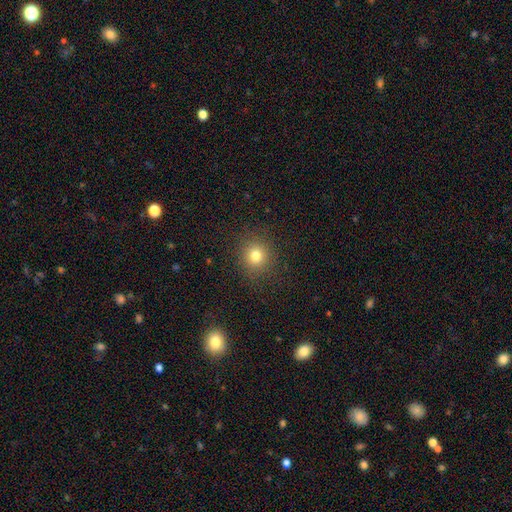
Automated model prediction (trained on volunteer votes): Smooth or featured? Predicted: smooth (p=0.78). How rounded? Predicted: round (p=0.89). Merging? Predicted: none (p=0.90).